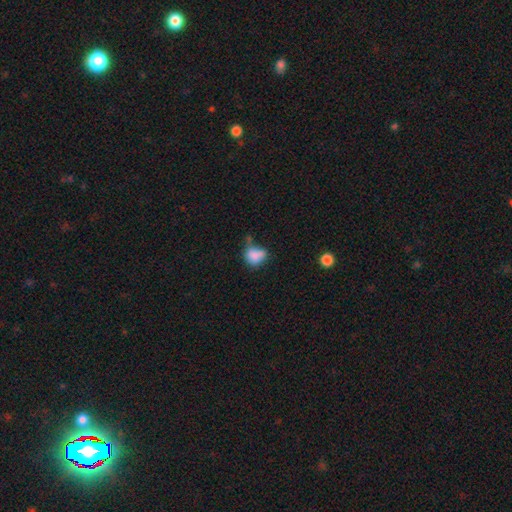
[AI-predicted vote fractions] This is likely a smooth galaxy (80%). How rounded: possibly in between (49%, tied with round). Merging: marginally none (41%).